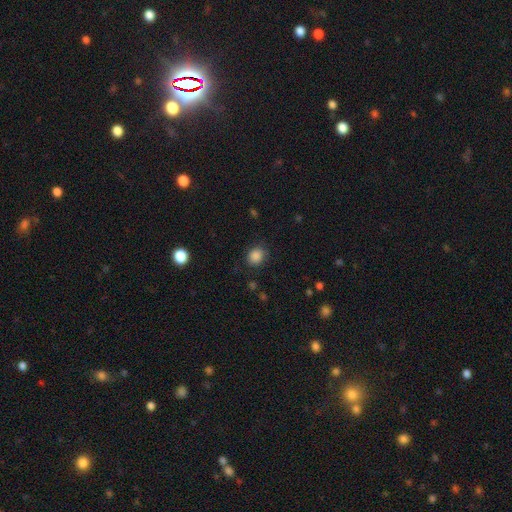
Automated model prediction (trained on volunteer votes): smooth-or-featured: smooth: 86% | star or artifact: 10% | featured or disk: 4%
  how-rounded: round: 64% | in between: 35% | cigar-shaped: 1%
  merging: none: 84% | minor disturbance: 11% | major disturbance: 4% | merger: 1%